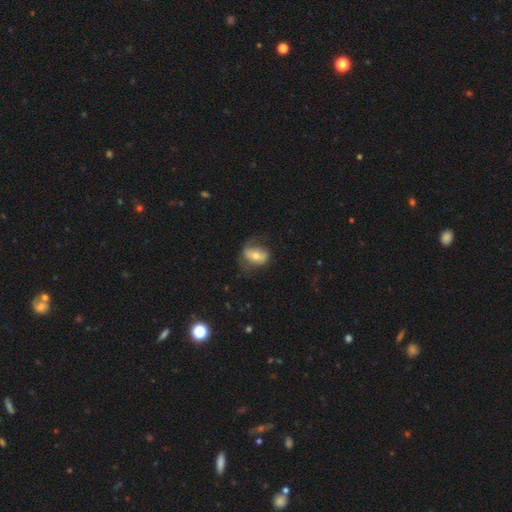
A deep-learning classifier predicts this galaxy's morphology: A smooth galaxy with no disk features (49%). Merging: none (52%).